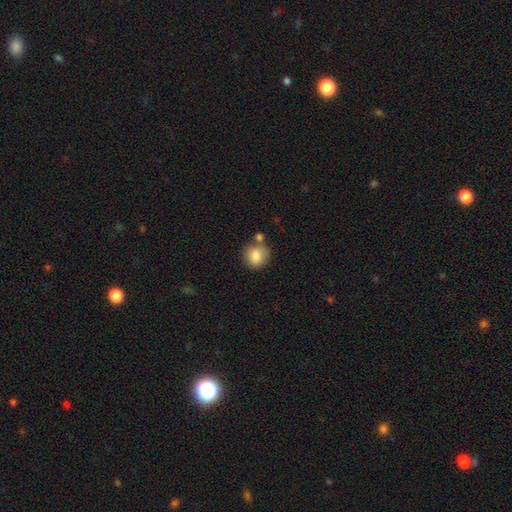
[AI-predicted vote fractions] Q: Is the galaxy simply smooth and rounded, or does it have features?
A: smooth — 85%.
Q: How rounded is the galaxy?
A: round — 84%.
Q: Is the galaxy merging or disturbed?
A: none — 68%.